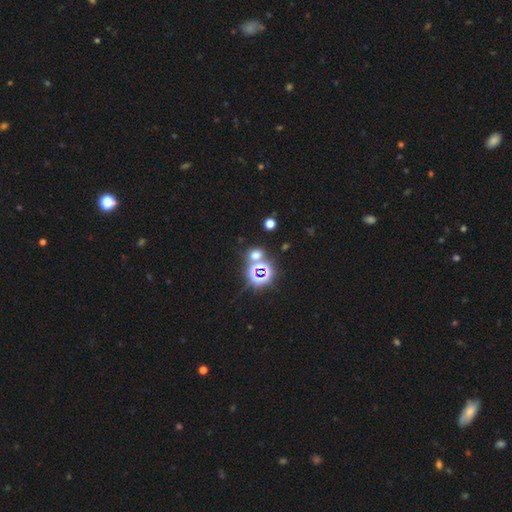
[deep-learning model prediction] smooth-or-featured: smooth: 48% | star or artifact: 45% | featured or disk: 7%
  merging: none: 71% | merger: 16% | minor disturbance: 9% | major disturbance: 4%